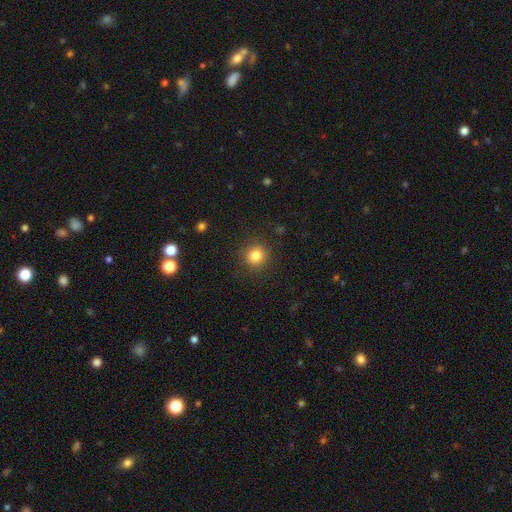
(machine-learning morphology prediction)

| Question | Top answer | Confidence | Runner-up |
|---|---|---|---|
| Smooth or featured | smooth | 82% | star or artifact (12%) |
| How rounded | round | 93% | in between (7%) |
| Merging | none | 90% | minor disturbance (6%) |